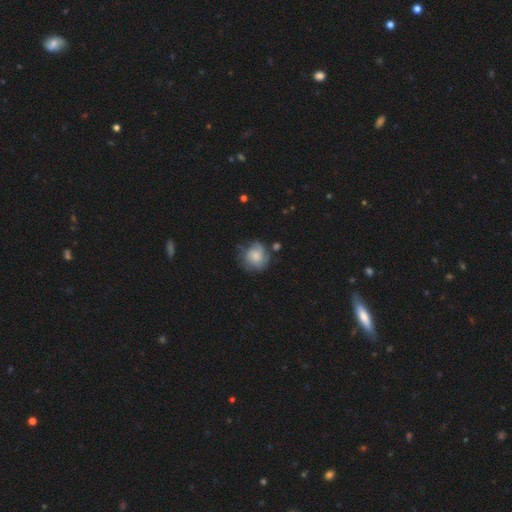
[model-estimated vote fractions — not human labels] Smooth or featured: featured or disk — 47% (smooth — 45%)
Merging: none — 64% (minor disturbance — 22%)